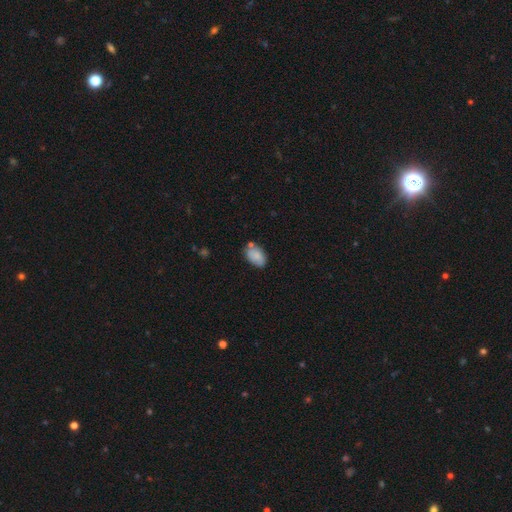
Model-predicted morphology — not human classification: Smooth or featured?
  - smooth: 81% *
  - featured or disk: 11%
  - star or artifact: 7%
How rounded?
  - in between: 89% *
  - round: 9%
  - cigar-shaped: 1%
Merging?
  - none: 62% *
  - minor disturbance: 21%
  - merger: 12%
  - major disturbance: 5%